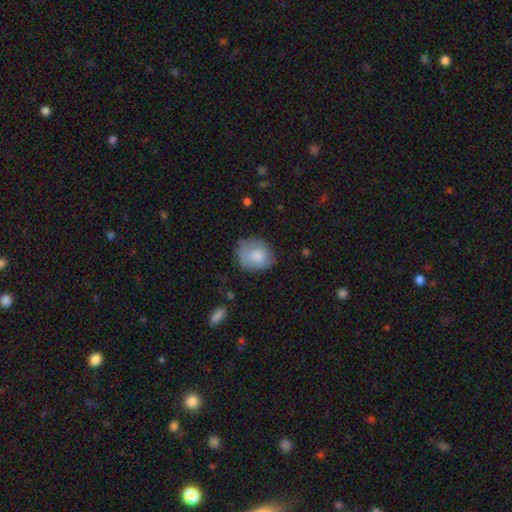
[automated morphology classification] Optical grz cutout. It shows a smooth galaxy with no disk features (78%) that is round (61%). Merging: none (59%).